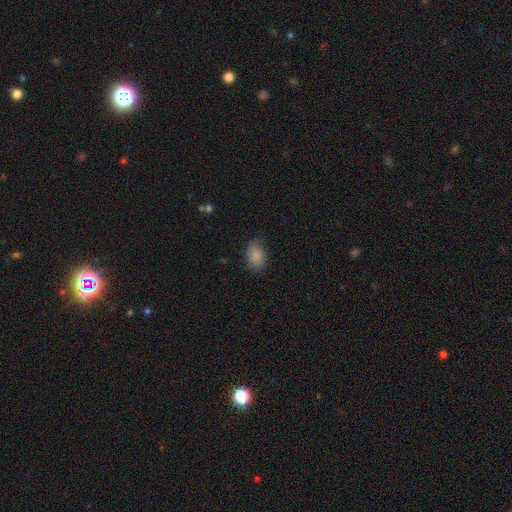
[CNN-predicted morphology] Smooth or featured?
  - smooth: 86% *
  - star or artifact: 8%
  - featured or disk: 6%
How rounded?
  - in between: 87% *
  - round: 12%
  - cigar-shaped: 1%
Merging?
  - none: 78% *
  - minor disturbance: 17%
  - major disturbance: 4%
  - merger: 1%